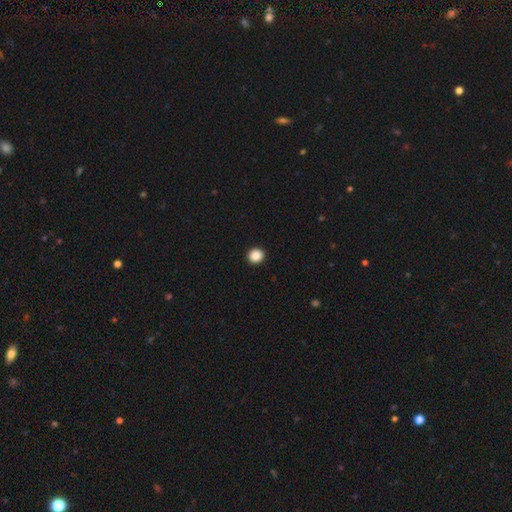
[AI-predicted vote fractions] Morphology: type=smooth (88%); roundness=round (93%); merging=none (94%).